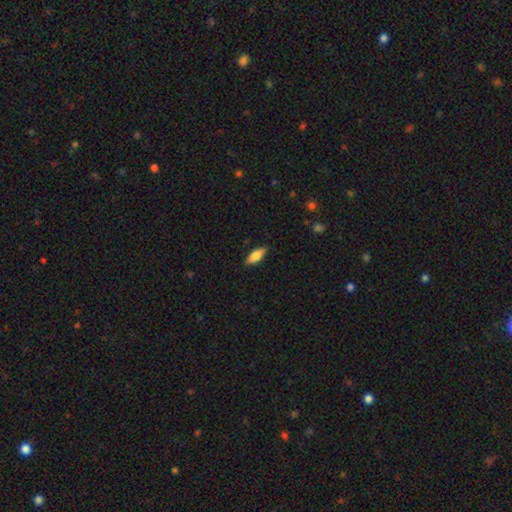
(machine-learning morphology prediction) The model was most divided on "how rounded": in between: 75%, cigar-shaped: 23%, round: 2%. More confident: merging — none (85%); smooth or featured — smooth (79%).